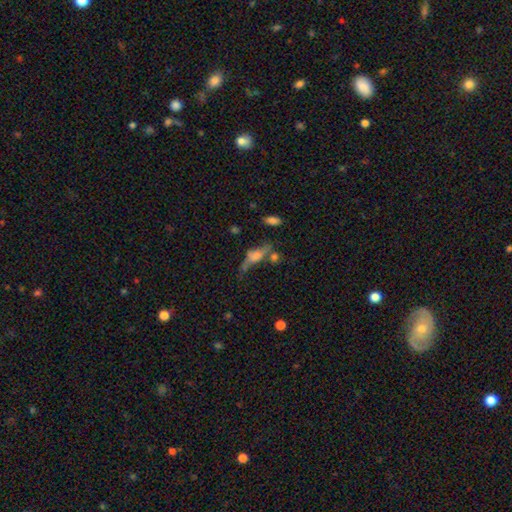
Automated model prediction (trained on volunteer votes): smooth_or_featured: featured or disk (p=0.44) [alt: smooth p=0.40]
merging: none (p=0.37) [alt: major disturbance p=0.25]